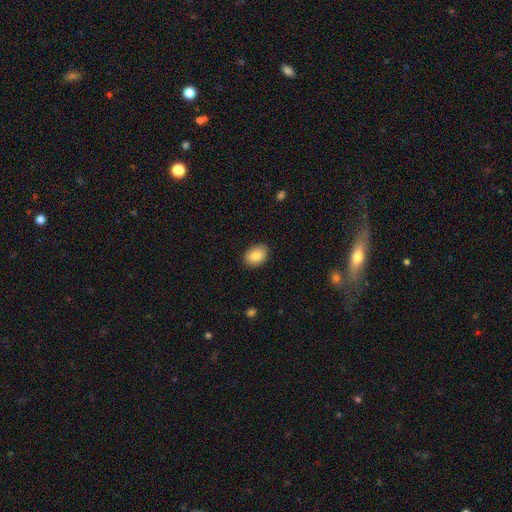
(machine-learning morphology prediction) smooth 83%, featured or disk 9%, star or artifact 7%. Down the decision tree: how rounded — in between (73%); merging — none (87%).